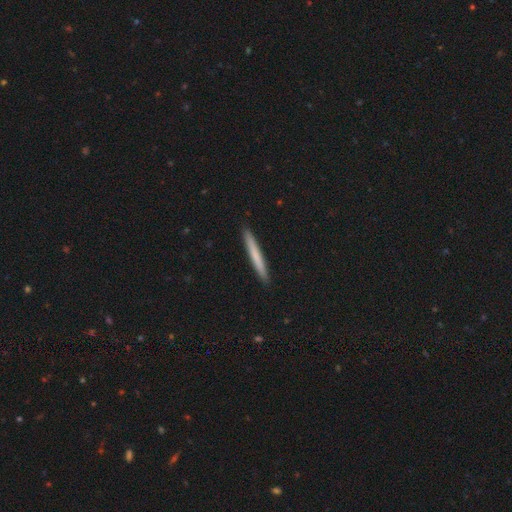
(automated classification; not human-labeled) The model was most divided on "smooth or featured": smooth: 69%, featured or disk: 26%, star or artifact: 5%. More confident: how rounded — cigar-shaped (97%); merging — none (93%).